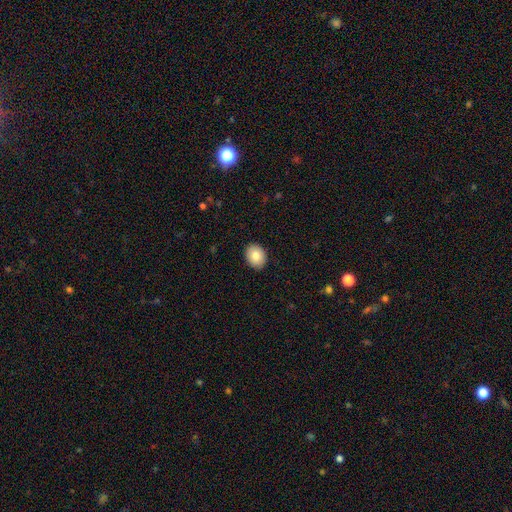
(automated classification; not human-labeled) Overall: smooth (85%). How rounded: in between (55%; round 44%). Merging: none (91%).